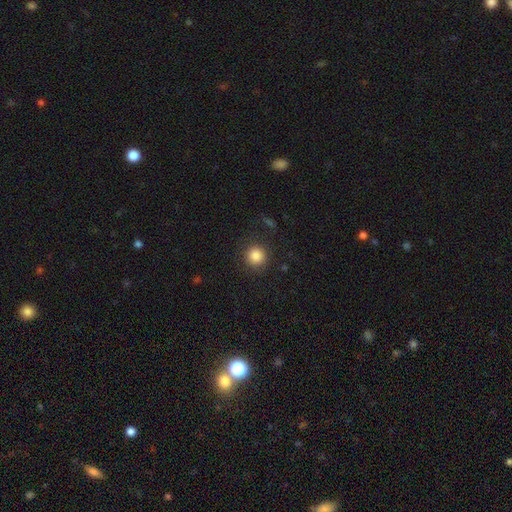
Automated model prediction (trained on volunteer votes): Smooth or featured?
  - smooth: 85% *
  - star or artifact: 11%
  - featured or disk: 4%
How rounded?
  - round: 93% *
  - in between: 6%
  - cigar-shaped: 1%
Merging?
  - none: 89% *
  - minor disturbance: 7%
  - major disturbance: 3%
  - merger: 1%